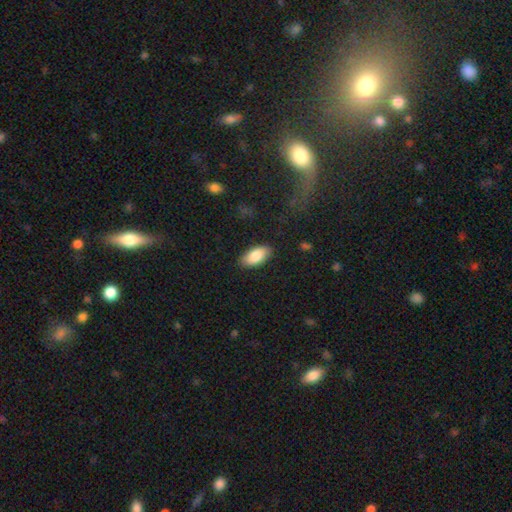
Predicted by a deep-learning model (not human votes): smooth_or_featured: smooth (p=0.85) [alt: featured or disk p=0.09]
how_rounded: in between (p=0.92) [alt: cigar-shaped p=0.05]
merging: none (p=0.87) [alt: minor disturbance p=0.10]